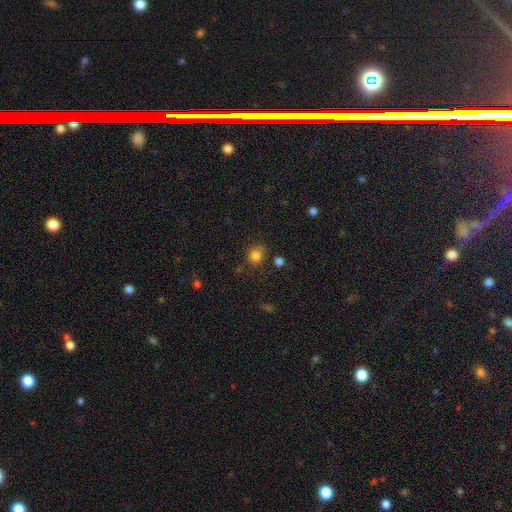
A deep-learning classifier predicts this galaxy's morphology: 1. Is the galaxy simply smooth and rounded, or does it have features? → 82% smooth, 13% star or artifact, 5% featured or disk.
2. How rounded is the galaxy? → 79% round, 20% in between, 1% cigar-shaped.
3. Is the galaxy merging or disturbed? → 74% none, 16% minor disturbance, 6% merger, 5% major disturbance.